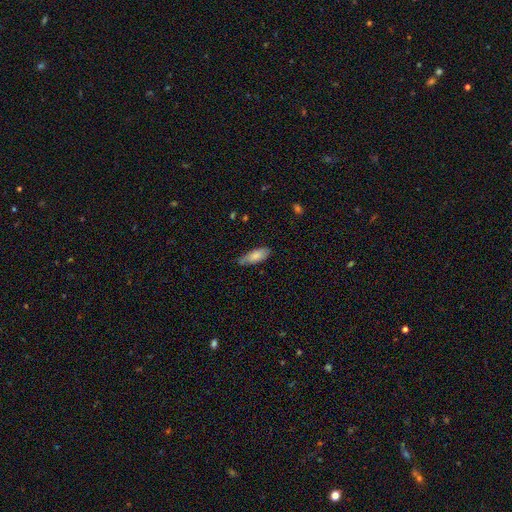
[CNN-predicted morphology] Smooth or featured? smooth (80%)
How rounded? in between (71%)
Merging? none (62%)